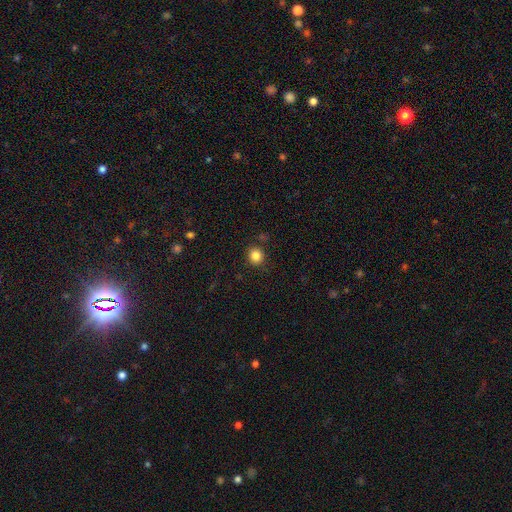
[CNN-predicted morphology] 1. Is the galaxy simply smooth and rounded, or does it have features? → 84% smooth, 12% star or artifact, 5% featured or disk.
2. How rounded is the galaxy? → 89% round, 10% in between, 1% cigar-shaped.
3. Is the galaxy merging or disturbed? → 87% none, 8% minor disturbance, 3% major disturbance, 2% merger.